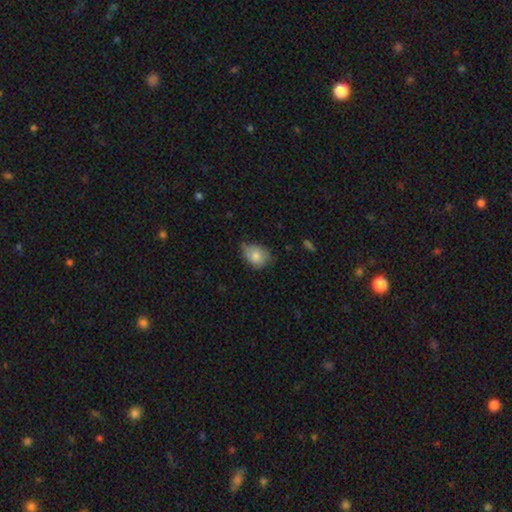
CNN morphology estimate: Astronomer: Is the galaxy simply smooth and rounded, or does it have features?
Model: smooth — 80%.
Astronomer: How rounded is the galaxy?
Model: in between — 56% (runner-up: round, 43%).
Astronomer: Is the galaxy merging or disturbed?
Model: none — 54% (runner-up: minor disturbance, 38%).